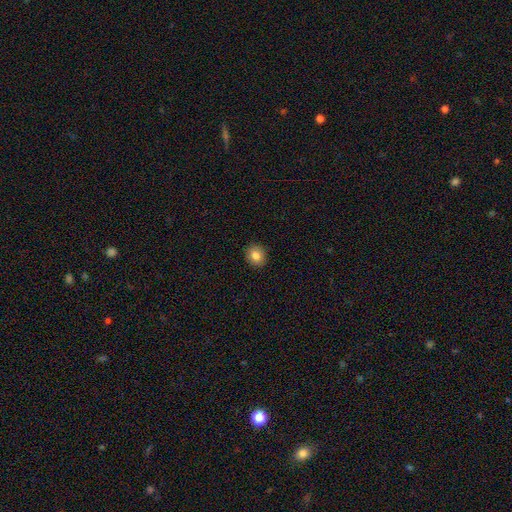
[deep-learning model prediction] This is clearly a smooth galaxy (83%). How rounded: likely round (75%). Merging: clearly none (91%).